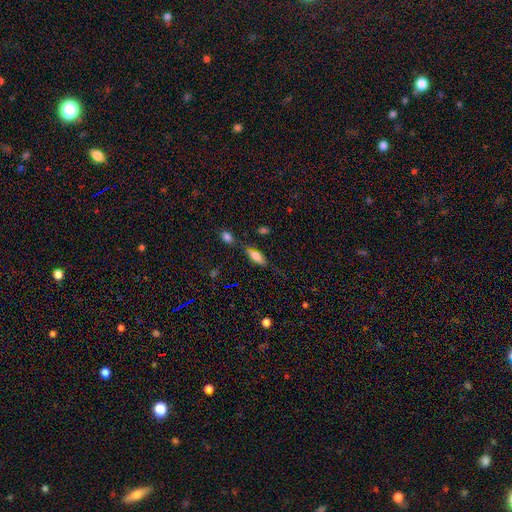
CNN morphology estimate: smooth_or_featured: smooth (p=0.71) [alt: featured or disk p=0.21]
how_rounded: in between (p=0.68) [alt: cigar-shaped p=0.30]
merging: none (p=0.67) [alt: minor disturbance p=0.19]